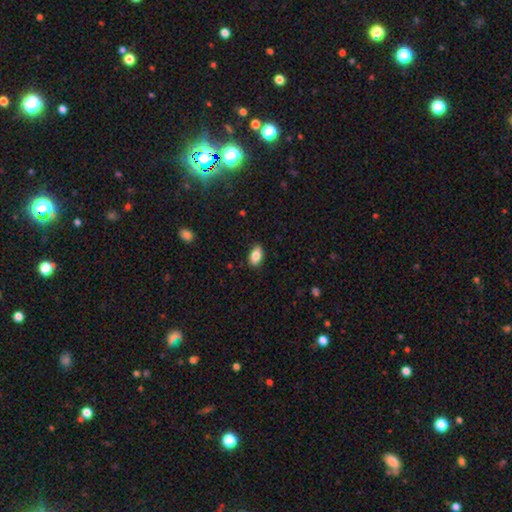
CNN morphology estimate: smooth_or_featured: smooth (p=0.85) [alt: star or artifact p=0.07]
how_rounded: in between (p=0.91) [alt: round p=0.05]
merging: none (p=0.87) [alt: minor disturbance p=0.10]